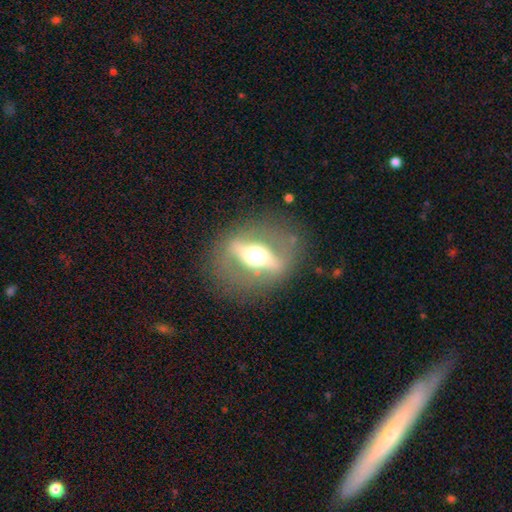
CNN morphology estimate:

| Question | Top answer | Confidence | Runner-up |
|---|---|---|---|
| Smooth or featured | featured or disk | 75% | smooth (18%) |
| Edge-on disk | no | 55% | yes (45%) |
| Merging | none | 77% | minor disturbance (12%) |